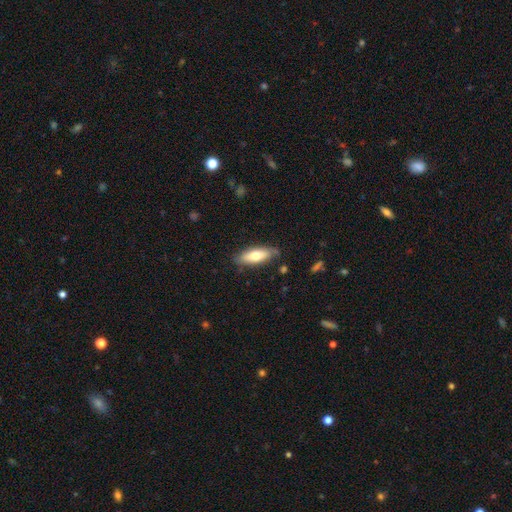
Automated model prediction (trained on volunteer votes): smooth 65%, featured or disk 28%, star or artifact 6%. Down the decision tree: how rounded — in between (67%); merging — none (79%).